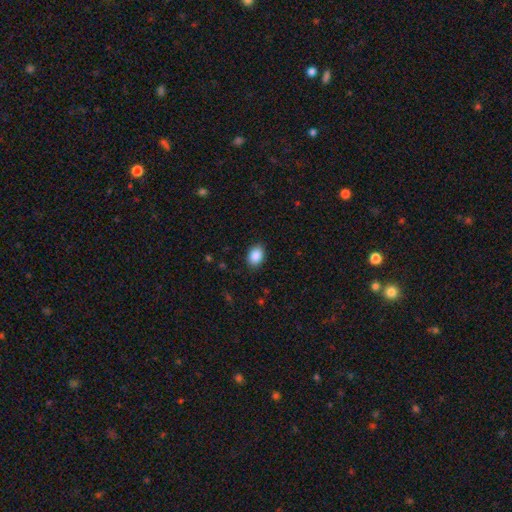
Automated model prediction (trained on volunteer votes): This appears to be a smooth galaxy with no disk features (89%) that is in between round and cigar-shaped (76%). Merging: none (88%).